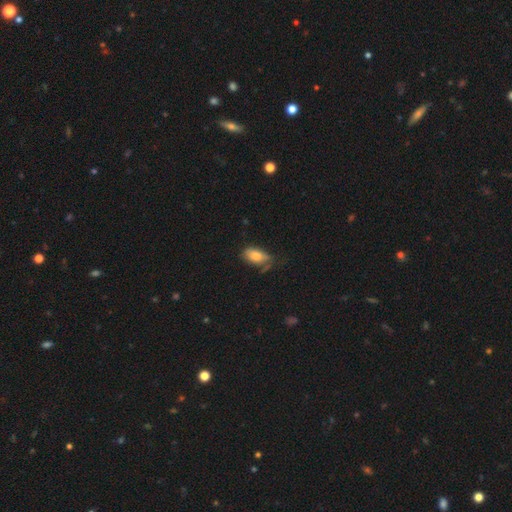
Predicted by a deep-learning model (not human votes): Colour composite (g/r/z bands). It shows a smooth galaxy with no disk features (79%) that is in between round and cigar-shaped (91%). Merging: none (50%).